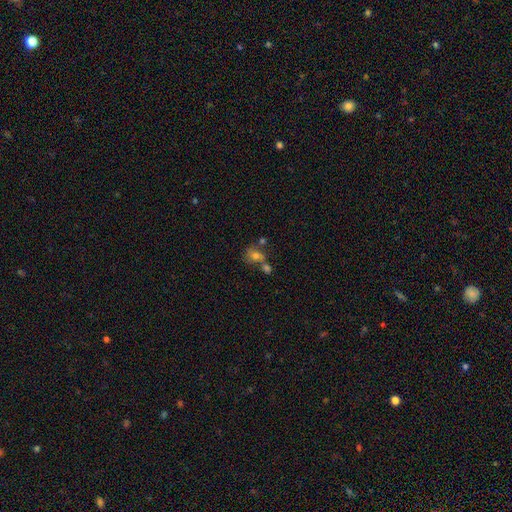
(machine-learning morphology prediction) Smooth or featured?
  - smooth: 65% *
  - featured or disk: 19%
  - star or artifact: 16%
How rounded?
  - in between: 49% * (tied)
  - round: 49% * (tied)
  - cigar-shaped: 2%
Merging?
  - none: 41% *
  - merger: 38%
  - minor disturbance: 14%
  - major disturbance: 7%